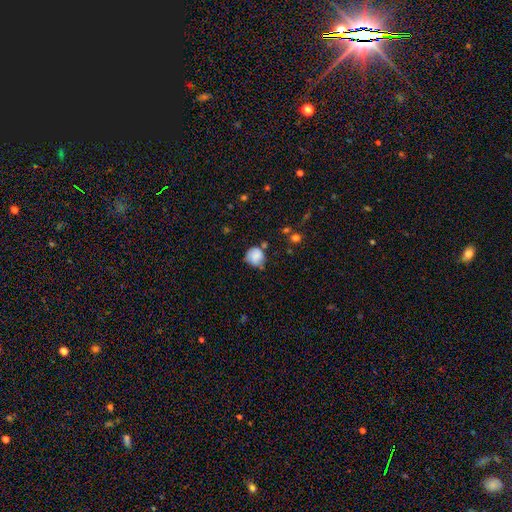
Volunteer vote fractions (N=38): smooth_or_featured: smooth (p=0.71) [alt: featured or disk p=0.21]
how_rounded: round (p=0.89) [alt: in between p=0.11]
merging: none (p=0.77) [alt: minor disturbance p=0.14]